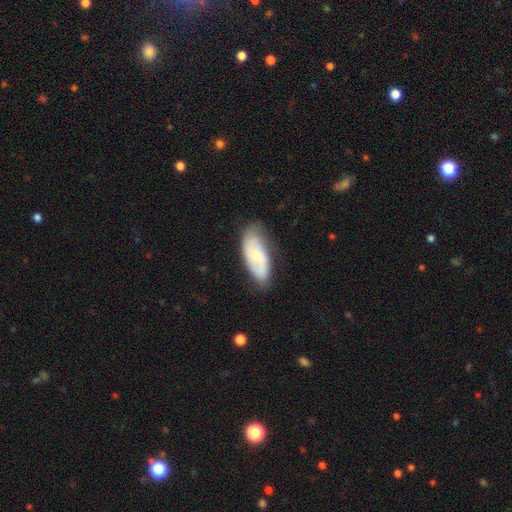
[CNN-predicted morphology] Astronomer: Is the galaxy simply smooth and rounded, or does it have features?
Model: featured or disk — 48% (runner-up: smooth, 46%).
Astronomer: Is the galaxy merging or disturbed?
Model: none — 69%.